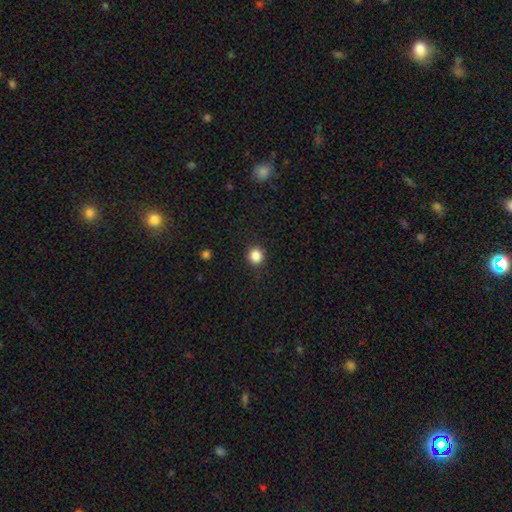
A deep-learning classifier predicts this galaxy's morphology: smooth 85%, star or artifact 11%, featured or disk 3%. Down the decision tree: how rounded — round (90%); merging — none (91%).